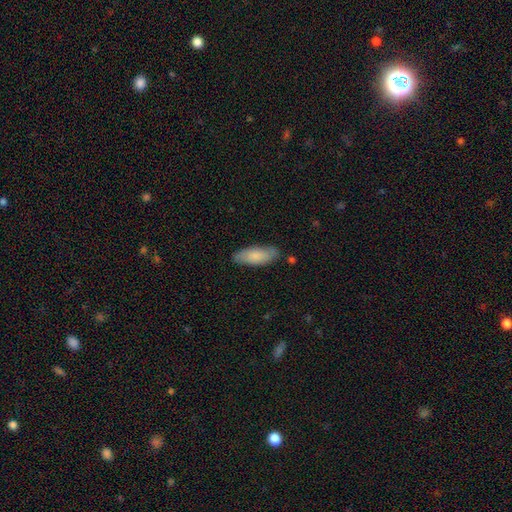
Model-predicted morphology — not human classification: Overall: smooth (80%). How rounded: in between (70%). Merging: none (82%).